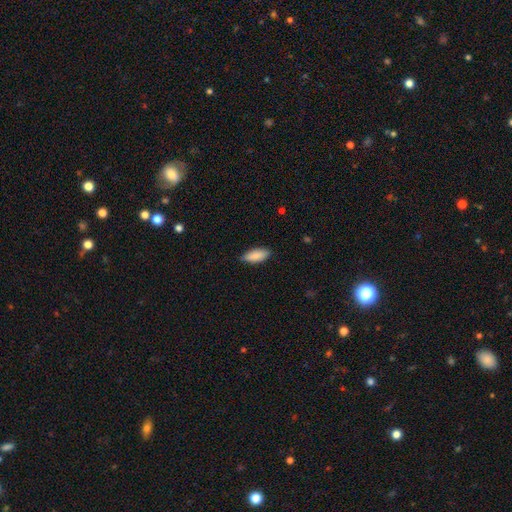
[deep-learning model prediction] Smooth or featured?
  - smooth: 89% *
  - star or artifact: 6%
  - featured or disk: 5%
How rounded?
  - in between: 80% *
  - cigar-shaped: 18%
  - round: 2%
Merging?
  - none: 84% *
  - minor disturbance: 13%
  - major disturbance: 2%
  - merger: 1%